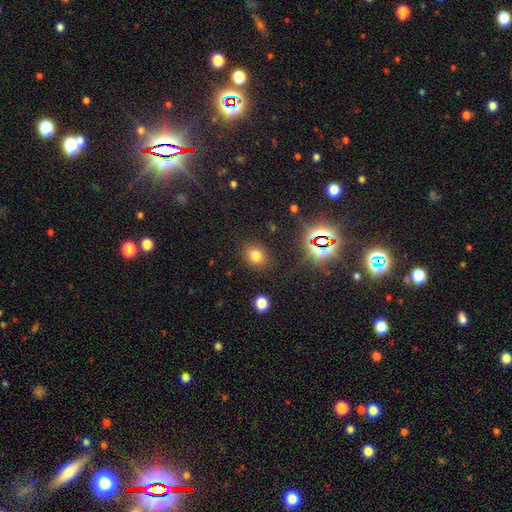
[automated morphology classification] smooth_or_featured: smooth (p=0.72) [alt: star or artifact p=0.20]
how_rounded: round (p=0.62) [alt: in between p=0.37]
merging: none (p=0.85) [alt: minor disturbance p=0.09]